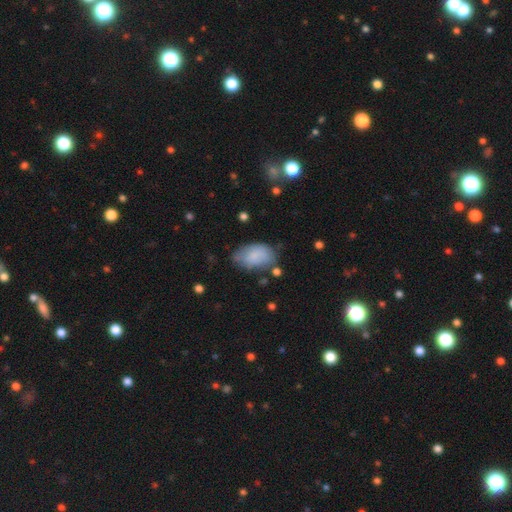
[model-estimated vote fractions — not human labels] This appears to be a smooth galaxy with no disk features (78%) that is in between round and cigar-shaped (92%). Merging: none (58%).